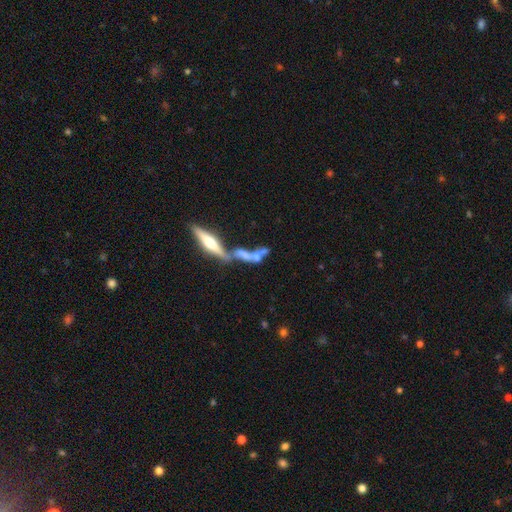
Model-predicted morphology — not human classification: The model was most divided on "smooth or featured": featured or disk: 53%, smooth: 37%, star or artifact: 11%. More confident: edge-on disk — yes (67%); merging — merger (55%).